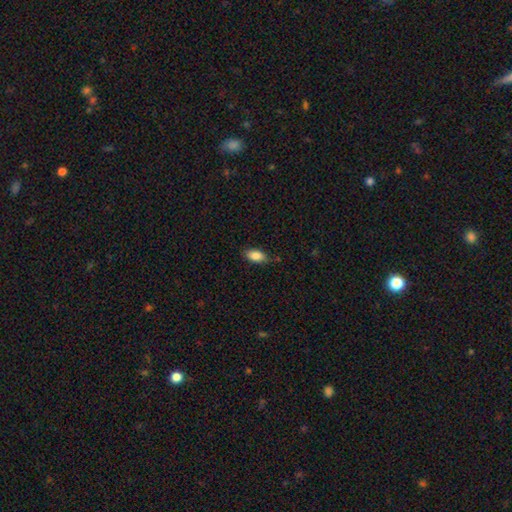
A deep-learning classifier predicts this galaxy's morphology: The model was most divided on "merging": none: 77%, minor disturbance: 18%, major disturbance: 3%, merger: 2%. More confident: how rounded — in between (90%); smooth or featured — smooth (86%).